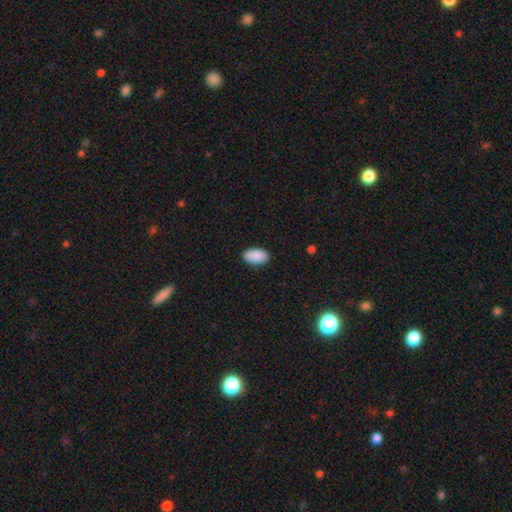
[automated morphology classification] The model was most divided on "merging": none: 88%, minor disturbance: 9%, major disturbance: 2%, merger: 1%. More confident: how rounded — in between (95%); smooth or featured — smooth (90%).